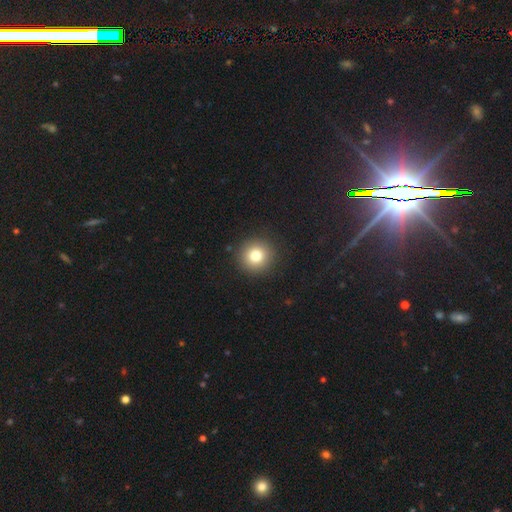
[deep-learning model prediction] Smooth or featured? Predicted: smooth (p=0.79). How rounded? Predicted: round (p=0.94). Merging? Predicted: none (p=0.92).